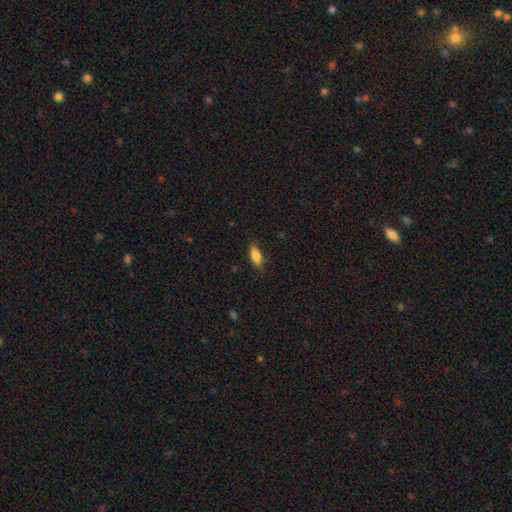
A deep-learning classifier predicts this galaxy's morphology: Smooth or featured: smooth — 82% (featured or disk — 11%)
How rounded: in between — 80% (cigar-shaped — 17%)
Merging: none — 83% (minor disturbance — 13%)